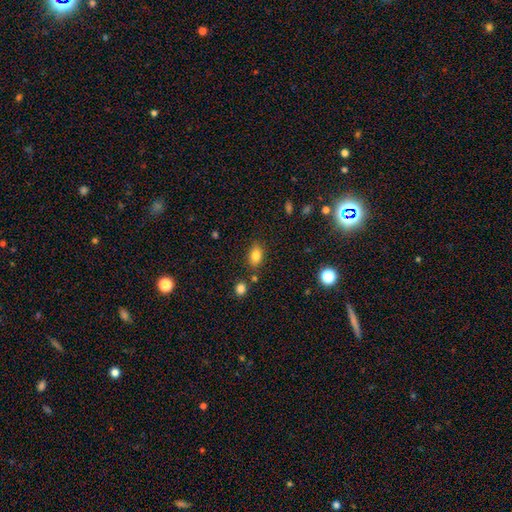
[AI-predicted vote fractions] Morphology: type=smooth (83%); roundness=in between (84%); merging=none (80%).